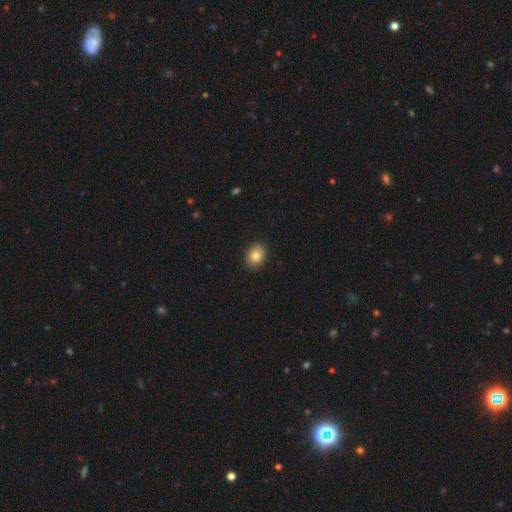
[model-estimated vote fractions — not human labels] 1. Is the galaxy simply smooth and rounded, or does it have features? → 83% smooth, 9% star or artifact, 8% featured or disk.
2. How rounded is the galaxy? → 54% in between, 45% round, 1% cigar-shaped.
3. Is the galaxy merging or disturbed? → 90% none, 7% minor disturbance, 2% major disturbance, 1% merger.